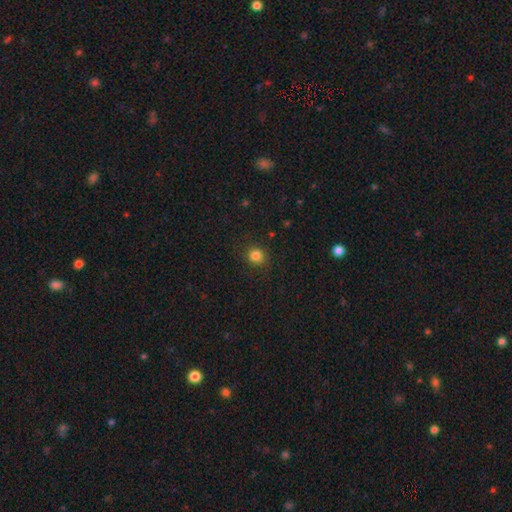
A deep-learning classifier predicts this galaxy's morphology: This is clearly a smooth galaxy (83%). How rounded: clearly round (87%). Merging: clearly none (87%).